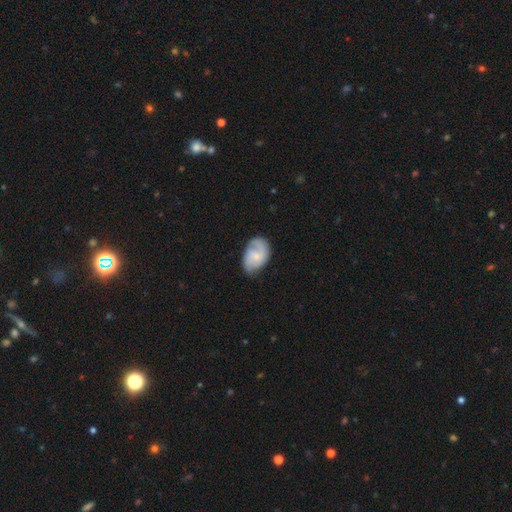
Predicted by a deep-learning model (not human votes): smooth_or_featured: featured or disk (p=0.59) [alt: smooth p=0.34]
disk_edge_on: no (p=0.97) [alt: yes p=0.03]
bar: no (p=0.51) [alt: weak p=0.42]
has_spiral_arms: yes (p=0.90) [alt: no p=0.10]
spiral_winding: medium (p=0.46) [alt: loose p=0.28]
spiral_arm_count: 2 (p=0.72) [alt: can't tell p=0.13]
bulge_size: small (p=0.57) [alt: moderate p=0.25]
merging: none (p=0.66) [alt: minor disturbance p=0.25]